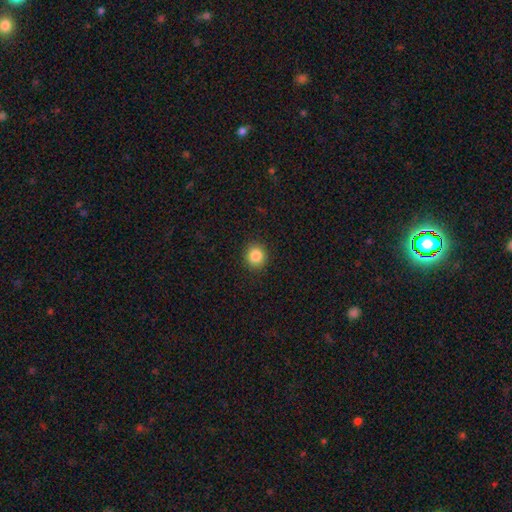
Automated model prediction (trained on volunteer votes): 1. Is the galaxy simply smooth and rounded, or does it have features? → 86% smooth, 10% star or artifact, 4% featured or disk.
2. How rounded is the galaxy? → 88% round, 11% in between, 1% cigar-shaped.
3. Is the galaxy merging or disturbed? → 91% none, 6% minor disturbance, 2% major disturbance, 1% merger.